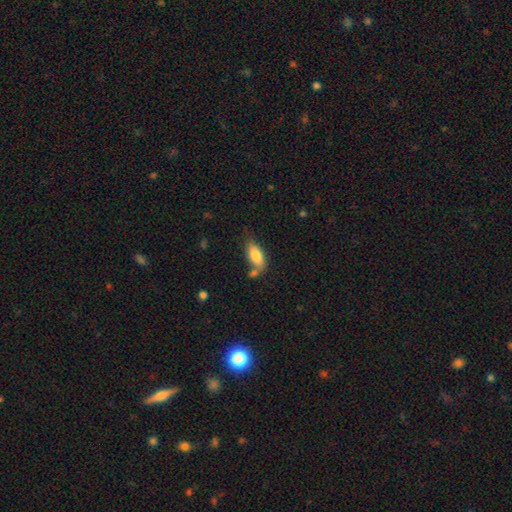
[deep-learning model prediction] smooth 81%, featured or disk 13%, star or artifact 7%. Down the decision tree: how rounded — in between (86%); merging — none (55%).